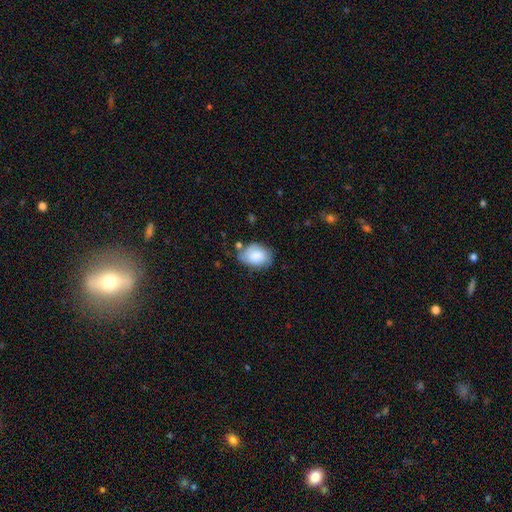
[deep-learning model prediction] smooth 80%, featured or disk 14%, star or artifact 7%. Down the decision tree: how rounded — in between (78%); merging — none (64%).